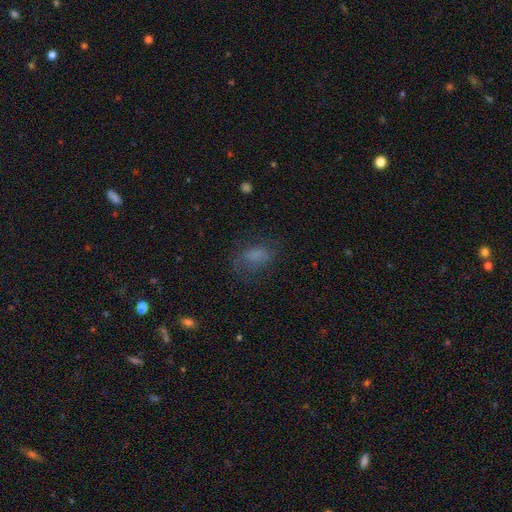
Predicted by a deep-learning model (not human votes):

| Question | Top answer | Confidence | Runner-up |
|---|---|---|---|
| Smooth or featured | smooth | 65% | featured or disk (18%) |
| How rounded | in between | 79% | round (19%) |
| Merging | none | 54% | minor disturbance (22%) |